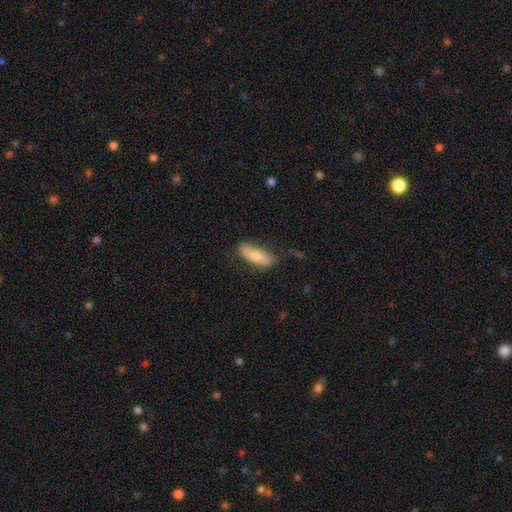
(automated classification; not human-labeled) Overall: smooth (61%; featured or disk 32%). How rounded: in between (56%; cigar-shaped 42%). Merging: none (73%).